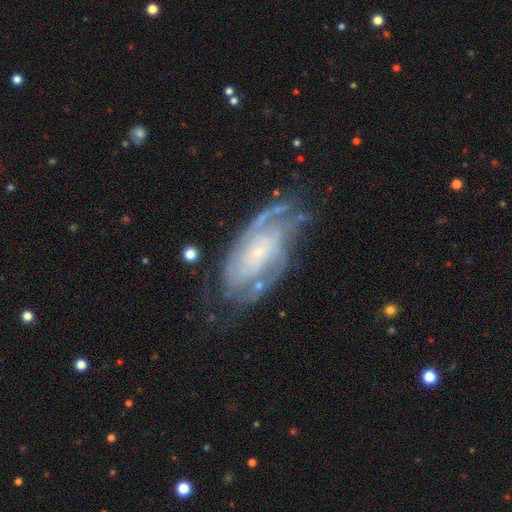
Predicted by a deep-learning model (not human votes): smooth_or_featured: featured or disk (p=0.84) [alt: smooth p=0.09]
disk_edge_on: no (p=0.94) [alt: yes p=0.06]
bar: no (p=0.67) [alt: weak p=0.25]
has_spiral_arms: yes (p=0.94) [alt: no p=0.06]
spiral_winding: tight (p=0.63) [alt: medium p=0.30]
spiral_arm_count: can't tell (p=0.38) [alt: 2 p=0.25]
bulge_size: small (p=0.79) [alt: moderate p=0.12]
merging: none (p=0.65) [alt: minor disturbance p=0.21]